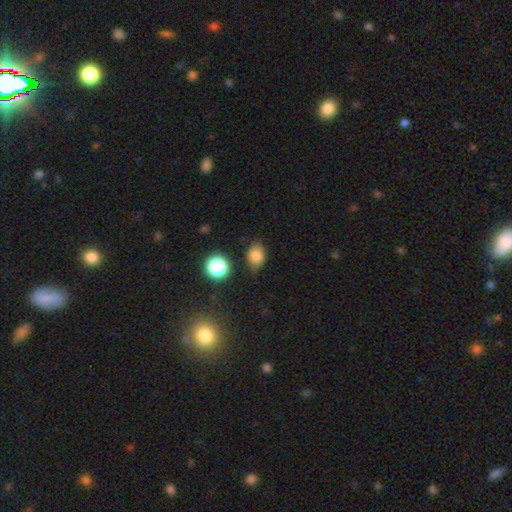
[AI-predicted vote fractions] The model was most divided on "how rounded": in between: 69%, round: 29%, cigar-shaped: 1%. More confident: smooth or featured — smooth (80%); merging — none (73%).